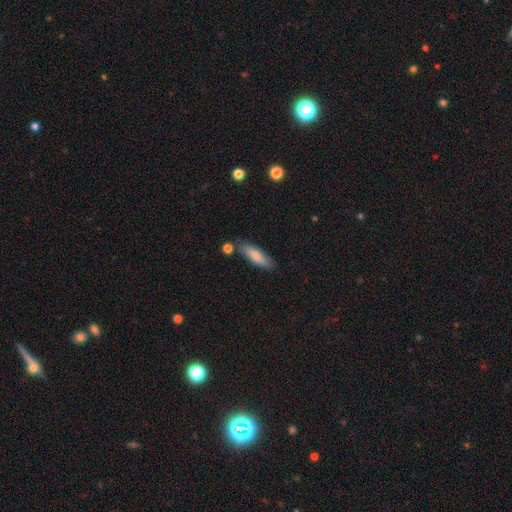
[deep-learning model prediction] A smooth galaxy with no disk features (75%) that is cigar-shaped (60%).

Vote fractions:
- Smooth or featured? smooth: 75% / featured or disk: 18% / star or artifact: 6%
- How rounded? cigar-shaped: 60% / in between: 38% / round: 2%
- Merging? none: 77% / minor disturbance: 14% / merger: 6% / major disturbance: 3%